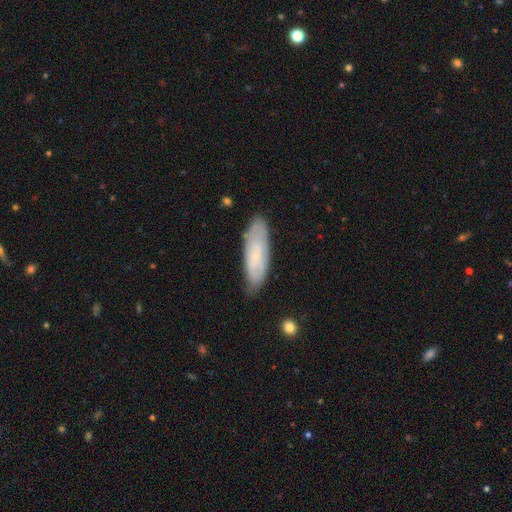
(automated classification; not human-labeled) This is possibly a smooth galaxy (55%). How rounded: possibly in between (53%). Merging: likely none (79%).